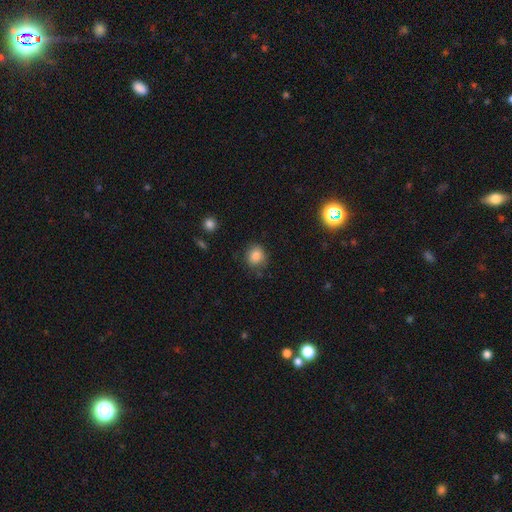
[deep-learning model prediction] Smooth or featured? smooth (84%)
How rounded? round (81%)
Merging? none (81%)